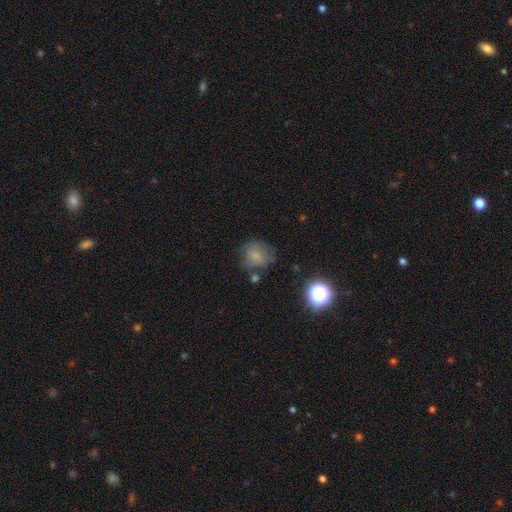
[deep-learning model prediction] Smooth or featured?
  - smooth: 73% *
  - featured or disk: 14%
  - star or artifact: 13%
How rounded?
  - round: 76% *
  - in between: 23%
  - cigar-shaped: 1%
Merging?
  - none: 59% *
  - minor disturbance: 24%
  - major disturbance: 11%
  - merger: 6%